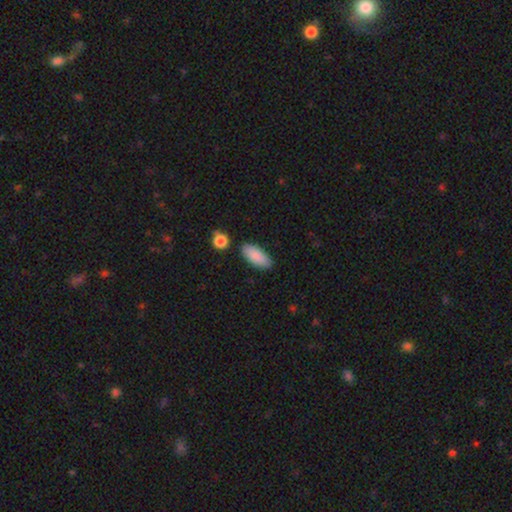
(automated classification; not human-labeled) A smooth galaxy with no disk features (88%) that is in between round and cigar-shaped (88%).

Vote fractions:
- Smooth or featured? smooth: 88% / star or artifact: 6% / featured or disk: 6%
- How rounded? in between: 88% / cigar-shaped: 10% / round: 2%
- Merging? none: 83% / minor disturbance: 11% / merger: 4% / major disturbance: 2%